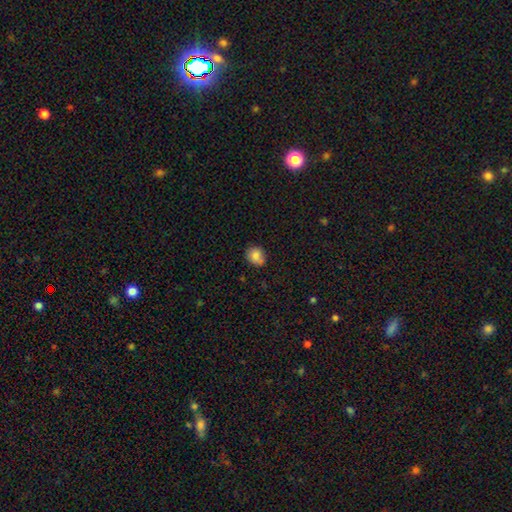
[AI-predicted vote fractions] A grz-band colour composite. It shows a smooth galaxy with no disk features (81%) that is round (63%). Merging: none (79%).